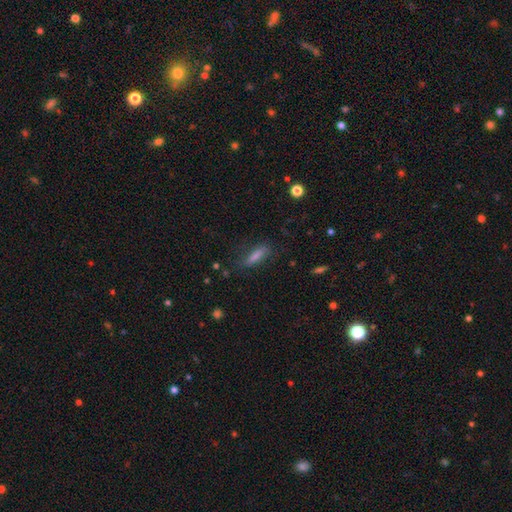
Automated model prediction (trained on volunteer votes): This appears to be a smooth galaxy with no disk features (63%) that is cigar-shaped (71%). Merging: none (72%).